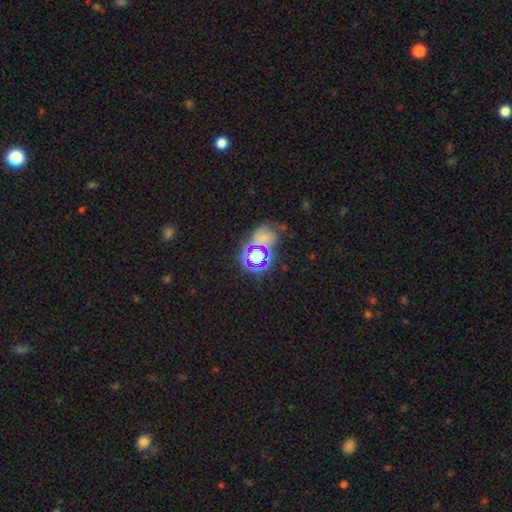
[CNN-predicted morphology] The model was most divided on "smooth or featured": star or artifact: 55%, smooth: 30%, featured or disk: 15%.